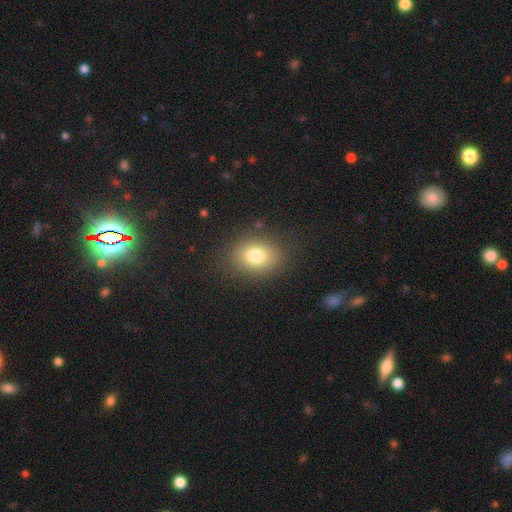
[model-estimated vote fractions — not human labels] The model was most divided on "how rounded": in between: 58%, round: 41%, cigar-shaped: 1%. More confident: merging — none (84%); smooth or featured — smooth (79%).